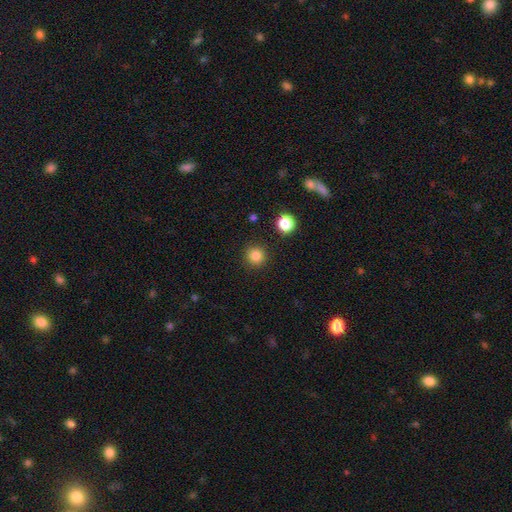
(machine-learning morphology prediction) This is clearly a smooth galaxy (84%). How rounded: clearly round (95%). Merging: clearly none (91%).